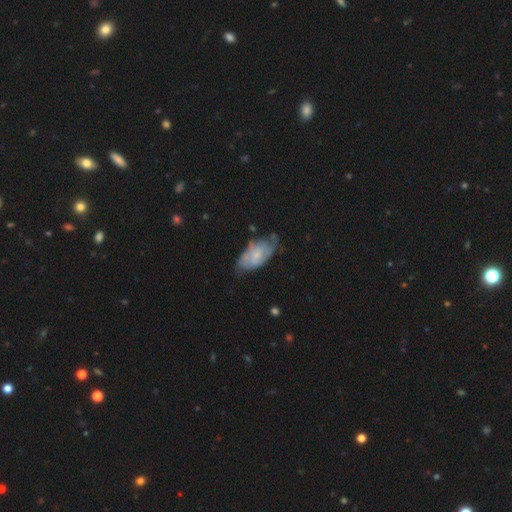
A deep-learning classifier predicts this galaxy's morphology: A featured or disk galaxy (54%) with no bar (67%), spiral arms (72%) and a small central bulge (59%). Merging: none (49%).